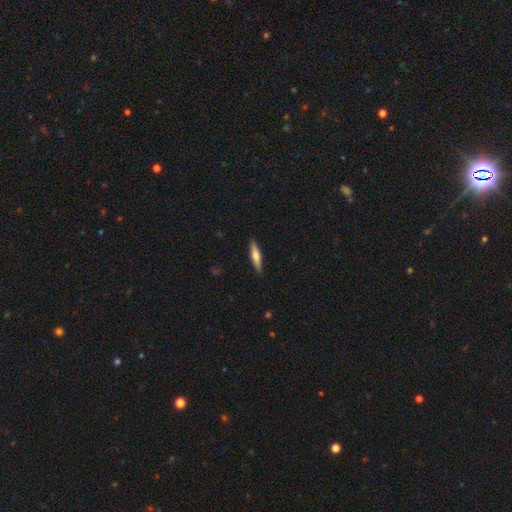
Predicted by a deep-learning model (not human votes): Q: Smooth or featured?
A: smooth (59%); runner-up: featured or disk (36%)
Q: How rounded?
A: cigar-shaped (82%); runner-up: in between (16%)
Q: Merging?
A: none (90%); runner-up: minor disturbance (7%)